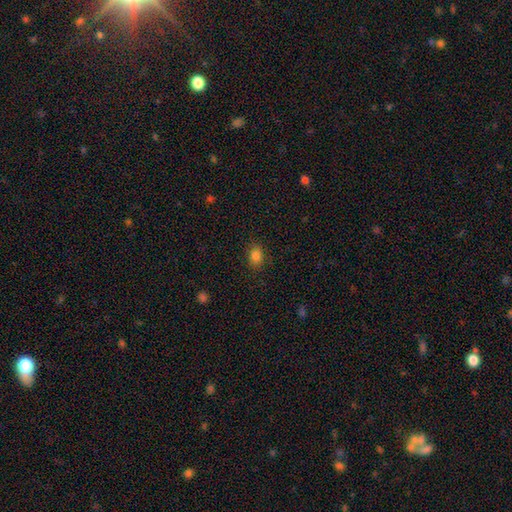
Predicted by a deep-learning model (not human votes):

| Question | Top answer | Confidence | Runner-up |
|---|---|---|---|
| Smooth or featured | smooth | 83% | star or artifact (12%) |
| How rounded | in between | 75% | round (23%) |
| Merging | none | 86% | minor disturbance (10%) |